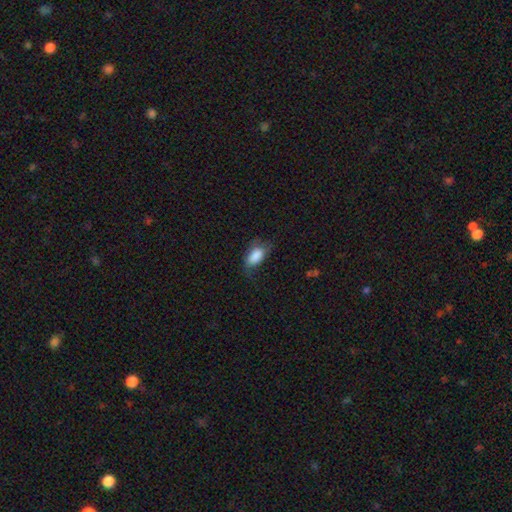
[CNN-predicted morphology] smooth 82%, featured or disk 11%, star or artifact 7%. Down the decision tree: how rounded — in between (91%); merging — none (53%).